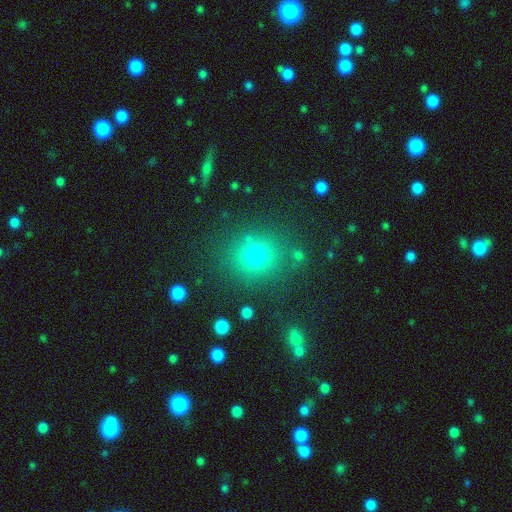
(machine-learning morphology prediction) A smooth galaxy with no disk features (74%) that is round (85%).

Vote fractions:
- Smooth or featured? smooth: 74% / star or artifact: 18% / featured or disk: 8%
- How rounded? round: 85% / in between: 14% / cigar-shaped: 1%
- Merging? none: 82% / minor disturbance: 10% / merger: 4% / major disturbance: 4%